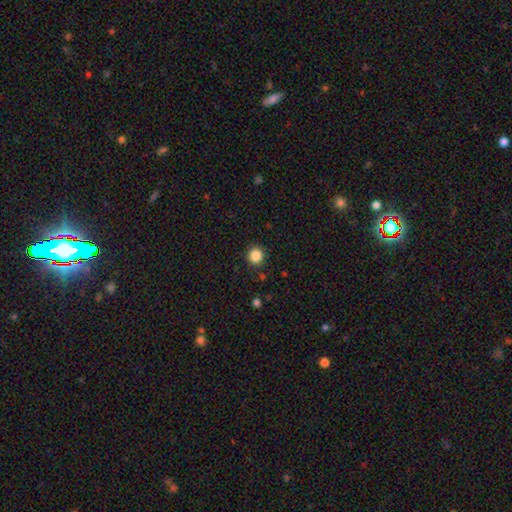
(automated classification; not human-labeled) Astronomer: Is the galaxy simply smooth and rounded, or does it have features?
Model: smooth — 86%.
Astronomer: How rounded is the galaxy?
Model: round — 91%.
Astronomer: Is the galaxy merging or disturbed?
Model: none — 90%.